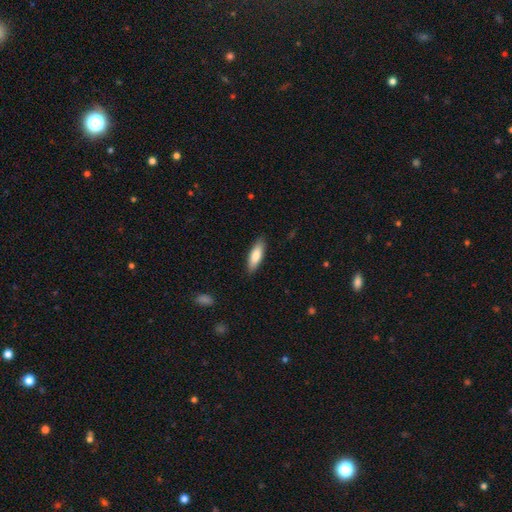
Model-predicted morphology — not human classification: Smooth or featured?
  - smooth: 79% *
  - featured or disk: 15%
  - star or artifact: 6%
How rounded?
  - in between: 52% *
  - cigar-shaped: 46%
  - round: 2%
Merging?
  - none: 87% *
  - minor disturbance: 10%
  - major disturbance: 2%
  - merger: 1%